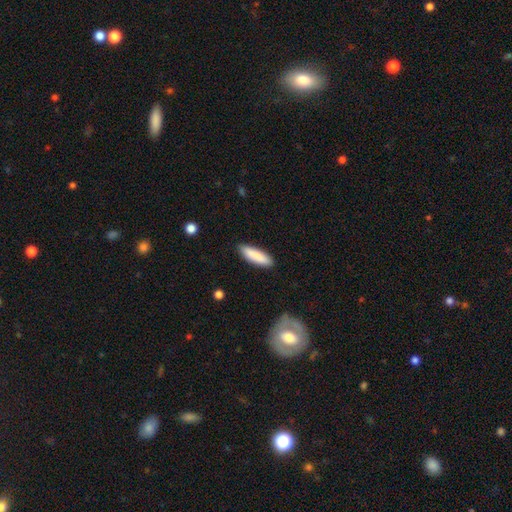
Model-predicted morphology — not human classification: Q: Smooth or featured?
A: smooth (88%); runner-up: featured or disk (7%)
Q: How rounded?
A: cigar-shaped (57%); runner-up: in between (41%)
Q: Merging?
A: none (88%); runner-up: minor disturbance (9%)